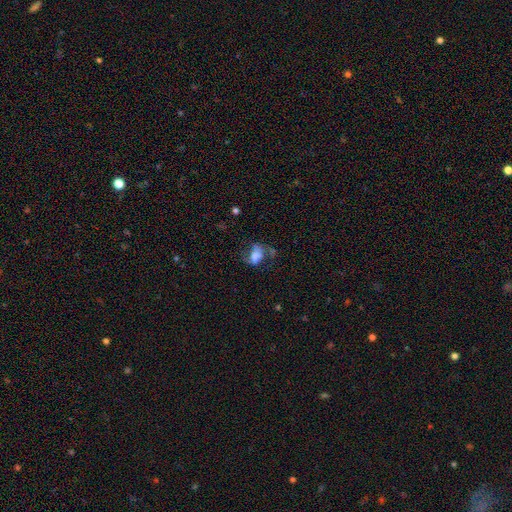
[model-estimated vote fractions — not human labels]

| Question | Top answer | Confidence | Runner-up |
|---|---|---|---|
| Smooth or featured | smooth | 48% | featured or disk (39%) |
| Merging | major disturbance | 36% | none (30%) |